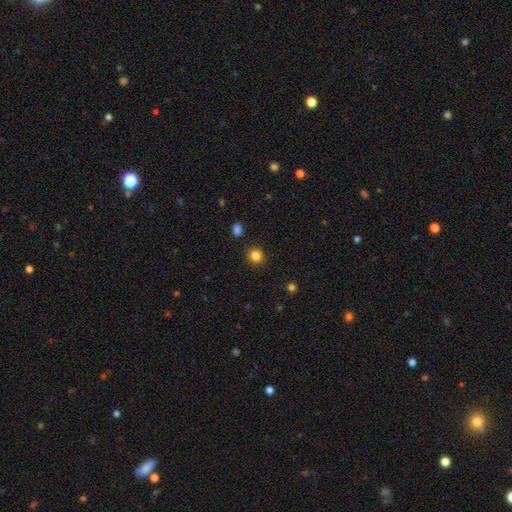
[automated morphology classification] smooth_or_featured: smooth (p=0.83) [alt: star or artifact p=0.12]
how_rounded: round (p=0.88) [alt: in between p=0.11]
merging: none (p=0.90) [alt: minor disturbance p=0.06]